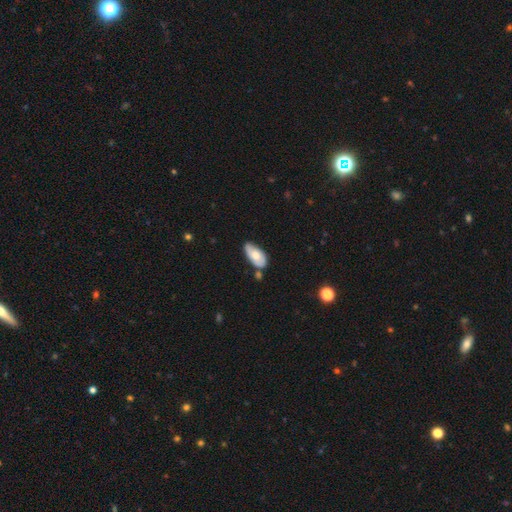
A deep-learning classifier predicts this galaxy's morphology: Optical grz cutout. It shows a smooth galaxy with no disk features (64%) that is in between round and cigar-shaped (93%). Merging: none (56%).